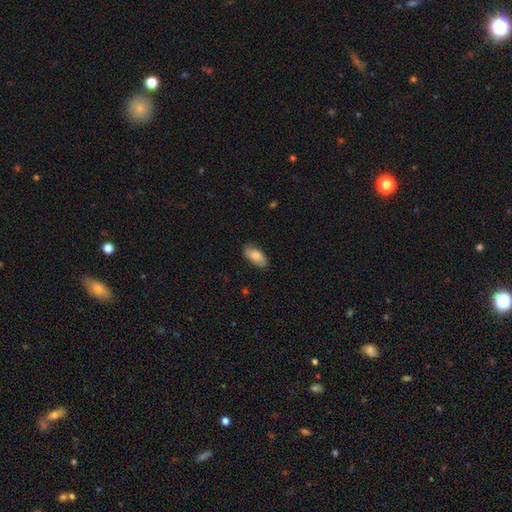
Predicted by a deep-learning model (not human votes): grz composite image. It shows a smooth galaxy with no disk features (80%) that is in between round and cigar-shaped (92%). Merging: none (83%).